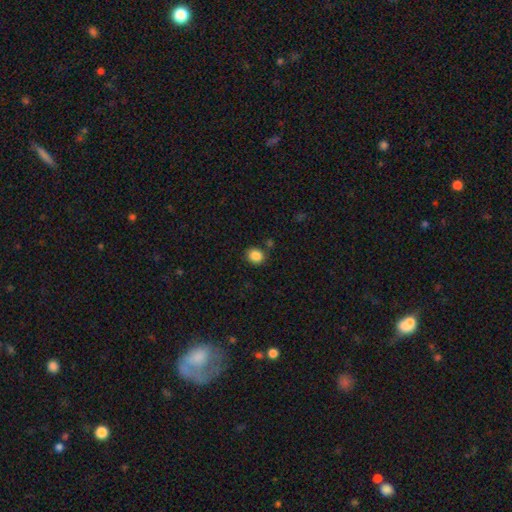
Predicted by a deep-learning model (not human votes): Overall: smooth (86%). How rounded: round (68%; in between 31%). Merging: none (83%).